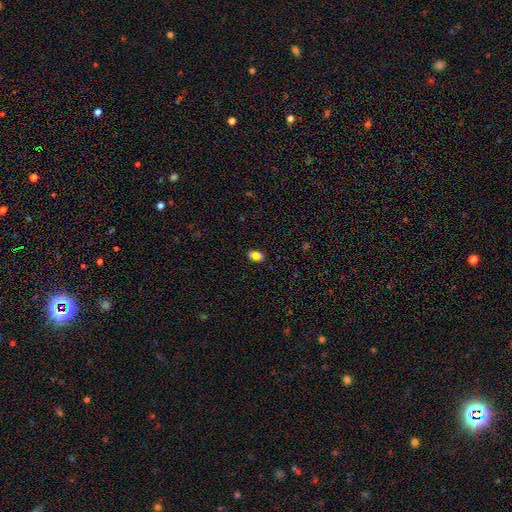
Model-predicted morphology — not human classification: Overall: smooth (63%). How rounded: round (57%; in between 41%). Merging: merger (54%; none 34%).